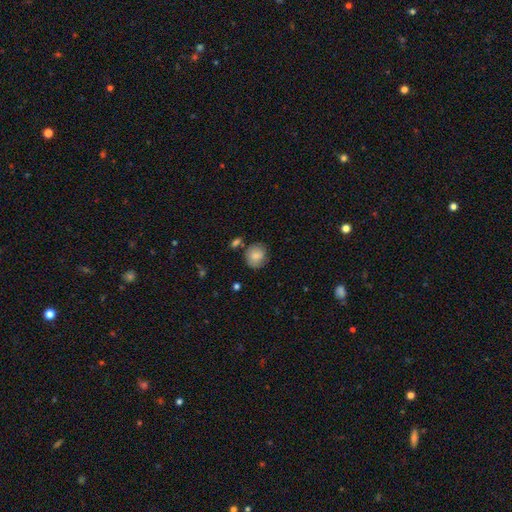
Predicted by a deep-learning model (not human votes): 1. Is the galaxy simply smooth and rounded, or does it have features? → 80% smooth, 13% featured or disk, 8% star or artifact.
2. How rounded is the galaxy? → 80% round, 19% in between, 1% cigar-shaped.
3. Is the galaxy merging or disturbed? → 73% none, 16% minor disturbance, 7% merger, 4% major disturbance.